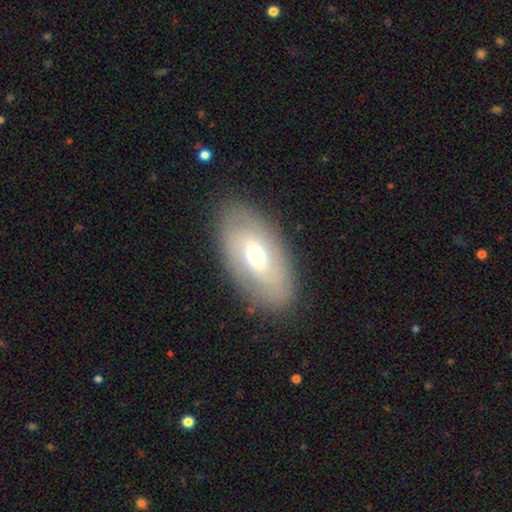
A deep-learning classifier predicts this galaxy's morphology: Overall: smooth (49%; featured or disk 44%). Merging: none (85%).